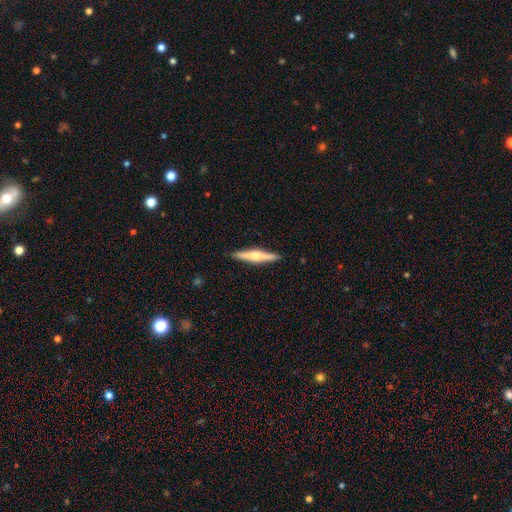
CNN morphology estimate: Smooth or featured: featured or disk — 53% (smooth — 41%)
Edge-on disk: yes — 97% (no — 3%)
Edge-on bulge: rounded — 78% (none — 12%)
Merging: none — 91% (minor disturbance — 6%)